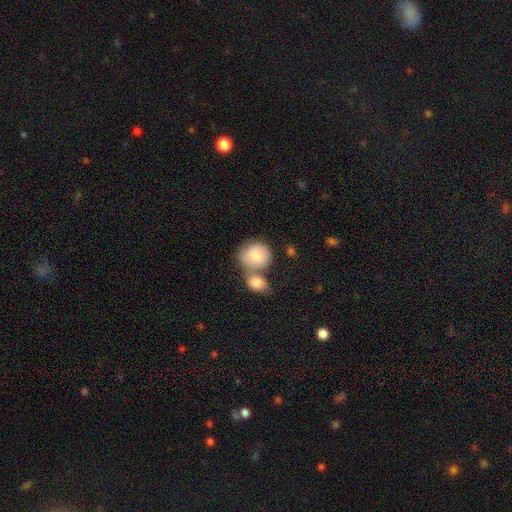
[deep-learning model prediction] Morphology: type=smooth (80%); roundness=round (77%); merging=merger (52%).